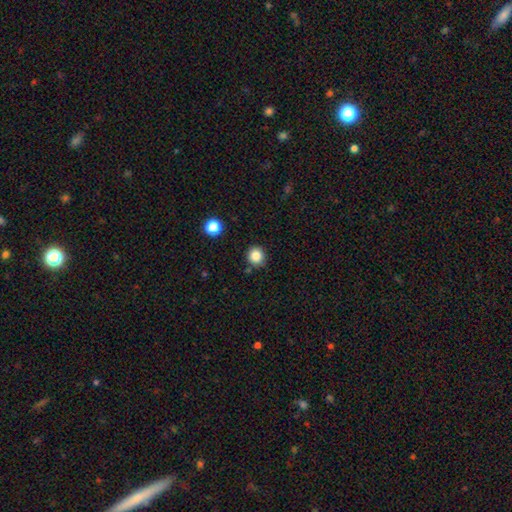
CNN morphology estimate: Smooth or featured? smooth (85%)
How rounded? round (91%)
Merging? none (85%)